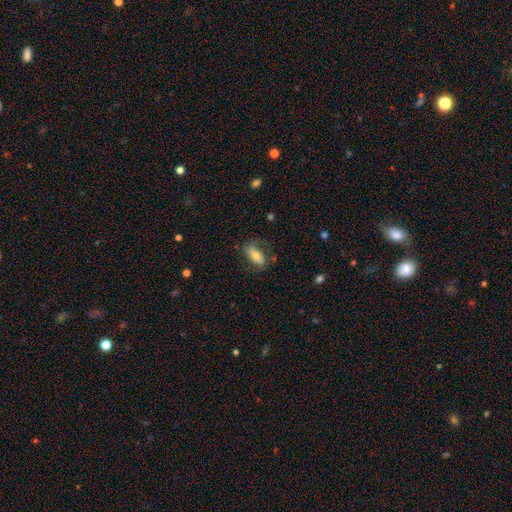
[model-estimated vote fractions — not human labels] smooth_or_featured: smooth (p=0.53) [alt: featured or disk p=0.39]
how_rounded: in between (p=0.86) [alt: cigar-shaped p=0.09]
merging: none (p=0.58) [alt: minor disturbance p=0.22]